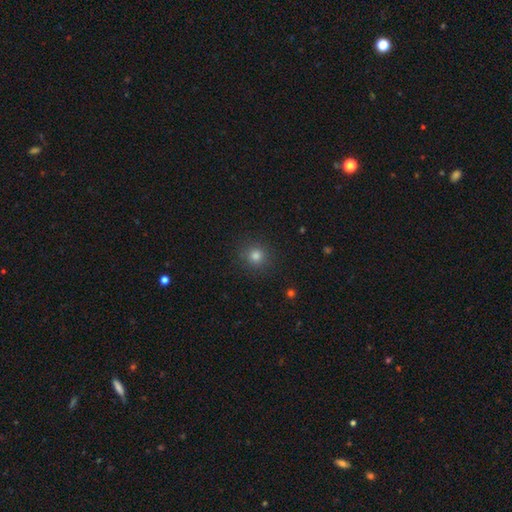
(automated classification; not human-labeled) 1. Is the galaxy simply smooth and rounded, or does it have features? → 80% smooth, 15% star or artifact, 5% featured or disk.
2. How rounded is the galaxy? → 93% round, 6% in between, 1% cigar-shaped.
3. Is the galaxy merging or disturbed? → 91% none, 6% minor disturbance, 2% major disturbance, 1% merger.